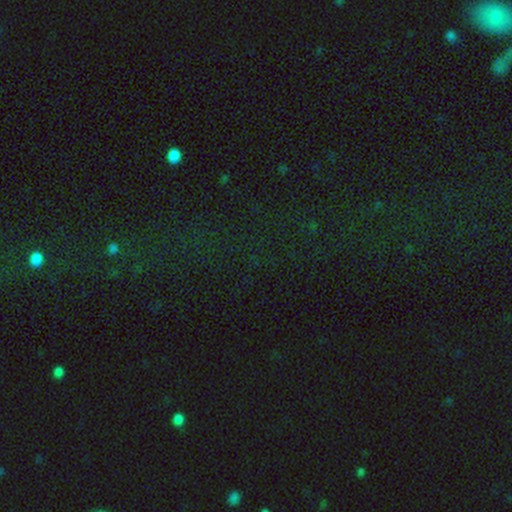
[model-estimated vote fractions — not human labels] smooth-or-featured: star or artifact: 76% | smooth: 14% | featured or disk: 9%